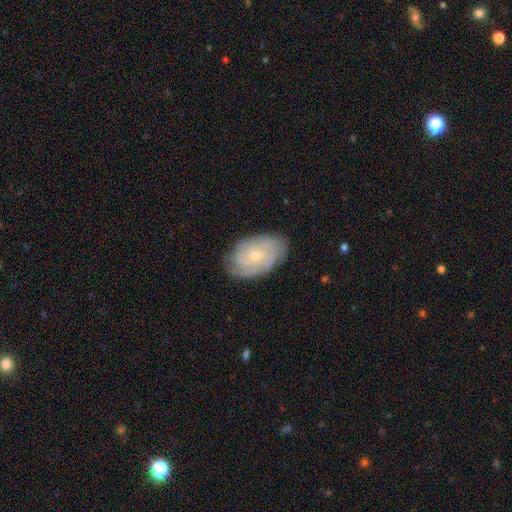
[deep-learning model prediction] Q: Smooth or featured?
A: featured or disk (81%); runner-up: smooth (13%)
Q: Edge-on disk?
A: no (97%); runner-up: yes (3%)
Q: Bar?
A: no (73%); runner-up: weak (23%)
Q: Spiral arms?
A: yes (96%); runner-up: no (4%)
Q: Spiral winding?
A: tight (72%); runner-up: medium (24%)
Q: Spiral arm count?
A: 3 (28%); runner-up: can't tell (25%)
Q: Bulge size?
A: small (75%); runner-up: moderate (22%)
Q: Merging?
A: none (81%); runner-up: minor disturbance (15%)